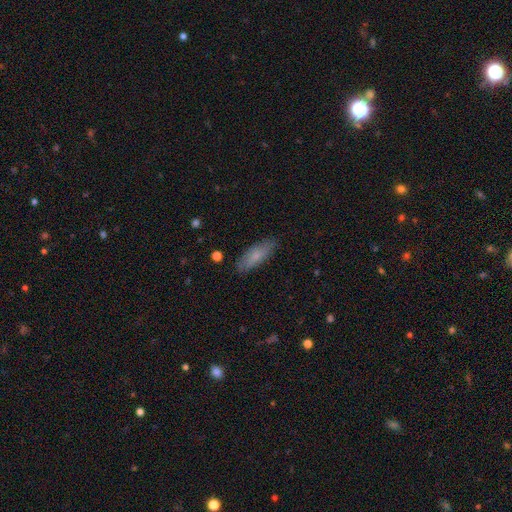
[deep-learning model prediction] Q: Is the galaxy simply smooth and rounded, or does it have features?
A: smooth — 76%.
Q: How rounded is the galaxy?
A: in between — 56%.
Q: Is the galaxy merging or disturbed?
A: none — 83%.